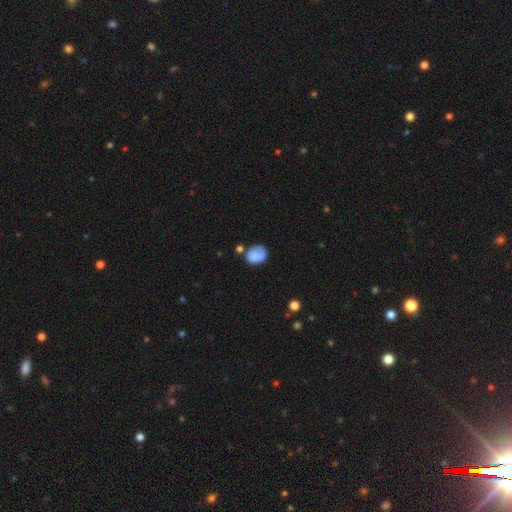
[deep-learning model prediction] This is likely a smooth galaxy (80%). How rounded: possibly in between (50%). Merging: possibly none (54%).